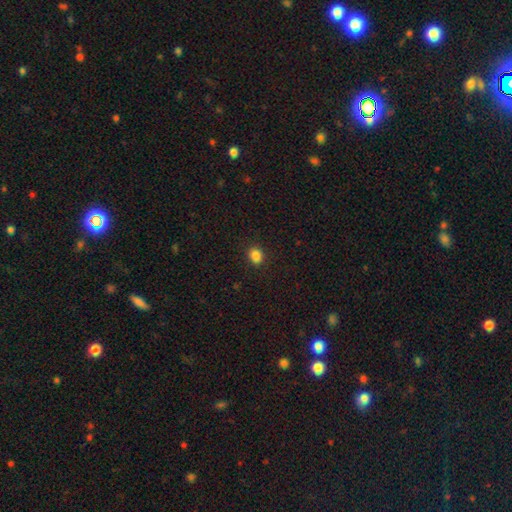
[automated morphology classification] Smooth or featured: smooth — 86% (star or artifact — 11%)
How rounded: round — 50% (in between — 49%)
Merging: none — 90% (minor disturbance — 7%)